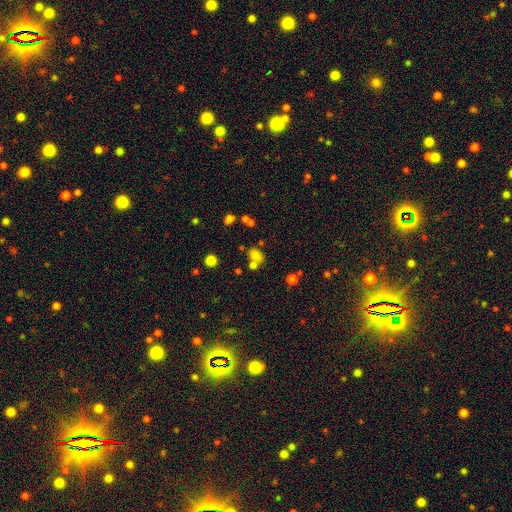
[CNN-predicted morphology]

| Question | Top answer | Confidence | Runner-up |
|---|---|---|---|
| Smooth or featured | smooth | 72% | star or artifact (18%) |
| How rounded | in between | 62% | round (36%) |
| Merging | none | 48% | merger (33%) |